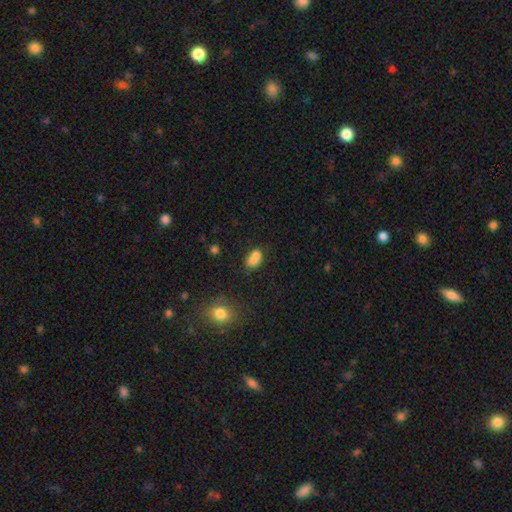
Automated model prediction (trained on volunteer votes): This appears to be a smooth galaxy with no disk features (74%) that is in between round and cigar-shaped (69%). Merging: merger (46%).